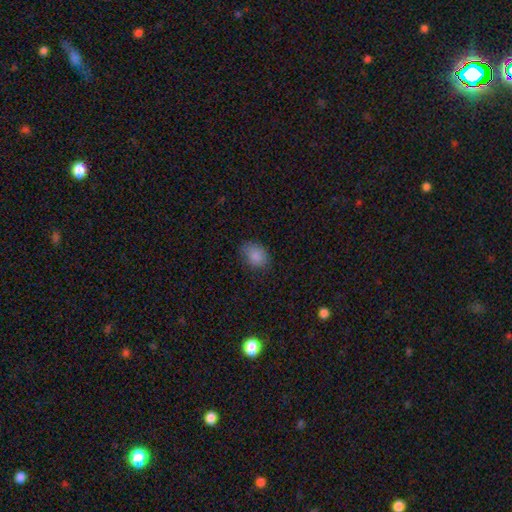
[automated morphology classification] Smooth or featured? smooth (86%)
How rounded? in between (72%)
Merging? none (75%)